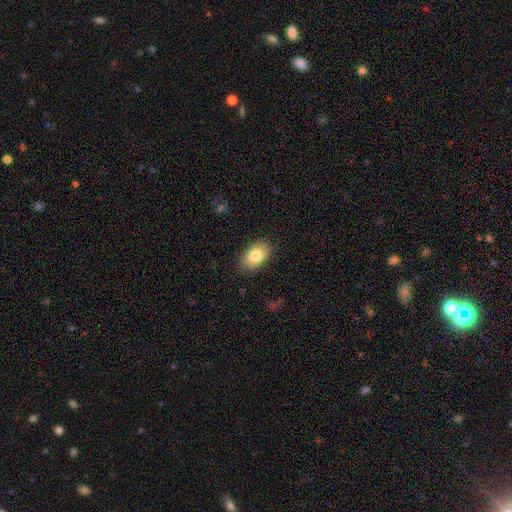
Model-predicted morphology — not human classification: type=smooth (85%); roundness=in between (93%); merging=none (85%).